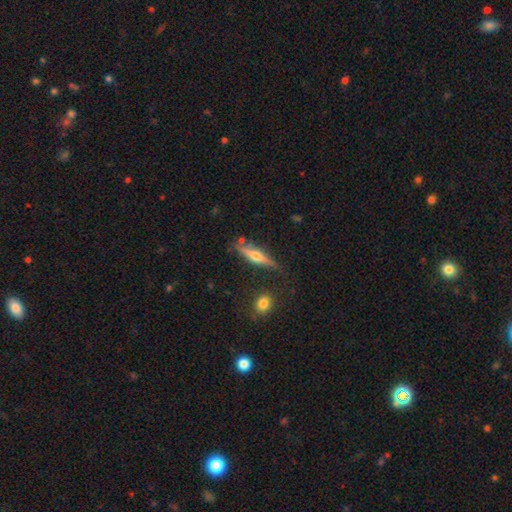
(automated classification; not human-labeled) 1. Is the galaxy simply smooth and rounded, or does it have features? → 66% featured or disk, 27% smooth, 7% star or artifact.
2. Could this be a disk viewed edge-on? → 95% yes, 5% no.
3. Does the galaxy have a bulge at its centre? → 92% rounded, 5% boxy, 4% none.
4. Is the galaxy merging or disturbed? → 78% none, 14% minor disturbance, 5% merger, 4% major disturbance.